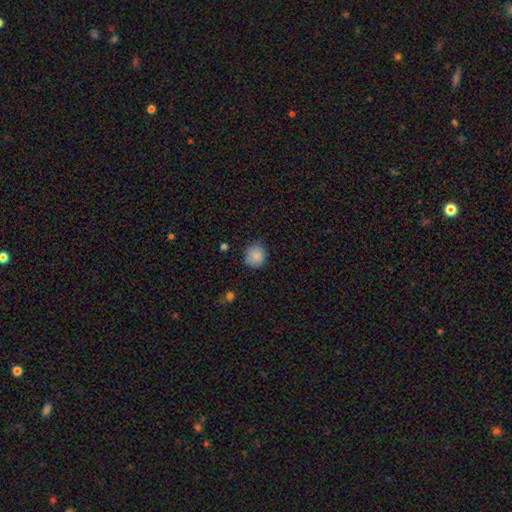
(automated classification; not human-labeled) A smooth galaxy with no disk features (85%) that is round (82%).

Vote fractions:
- Smooth or featured? smooth: 85% / star or artifact: 9% / featured or disk: 6%
- How rounded? round: 82% / in between: 18% / cigar-shaped: 1%
- Merging? none: 74% / minor disturbance: 21% / major disturbance: 4% / merger: 2%